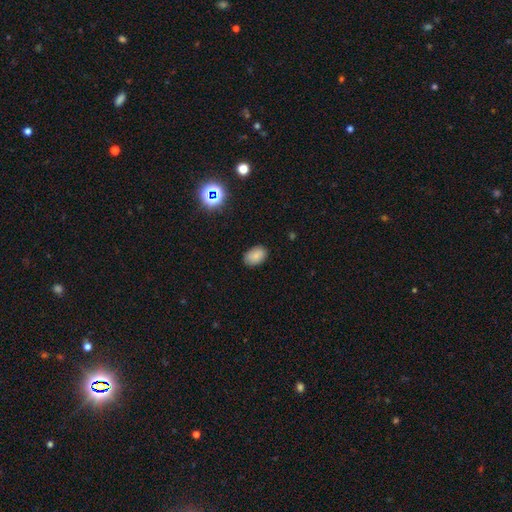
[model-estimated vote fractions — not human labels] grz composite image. It shows a smooth galaxy with no disk features (82%) that is in between round and cigar-shaped (87%). Merging: none (86%).